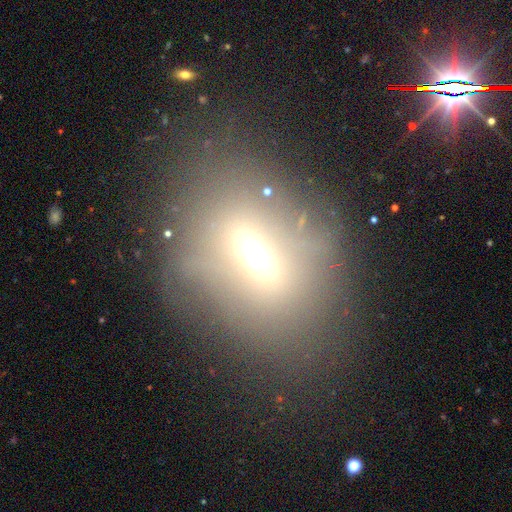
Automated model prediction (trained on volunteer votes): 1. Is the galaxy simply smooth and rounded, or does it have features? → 48% smooth, 31% featured or disk, 22% star or artifact.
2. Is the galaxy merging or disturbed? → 68% none, 13% minor disturbance, 13% major disturbance, 5% merger.